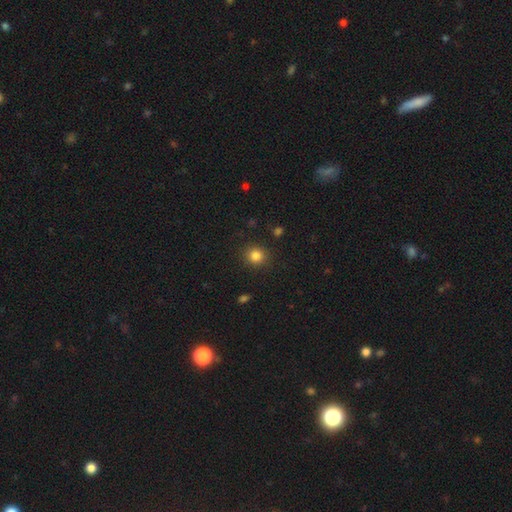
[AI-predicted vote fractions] This is clearly a smooth galaxy (83%). How rounded: clearly round (86%). Merging: clearly none (89%).